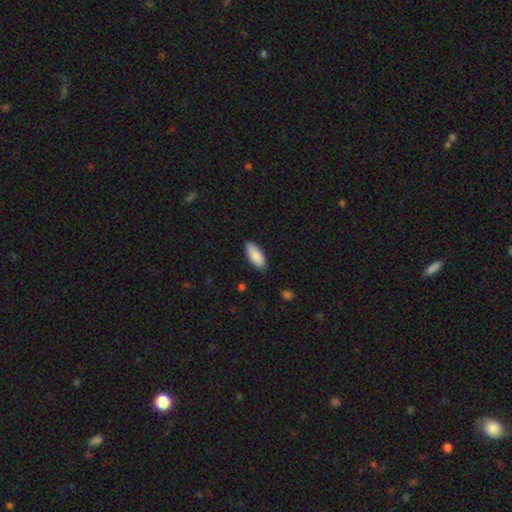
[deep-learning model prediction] A smooth galaxy with no disk features (88%) that is in between round and cigar-shaped (86%). Merging: none (85%).